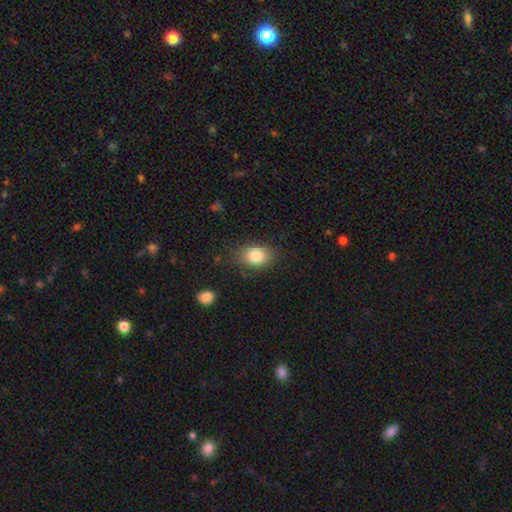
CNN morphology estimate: type=smooth (82%); roundness=in between (72%); merging=none (77%).